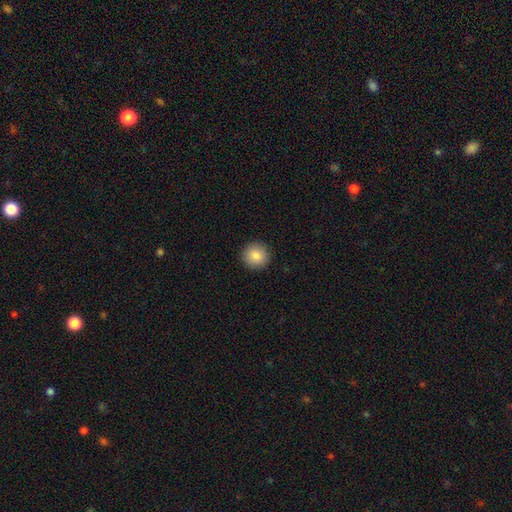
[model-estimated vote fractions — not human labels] smooth 86%, star or artifact 8%, featured or disk 6%. Down the decision tree: how rounded — round (94%); merging — none (92%).